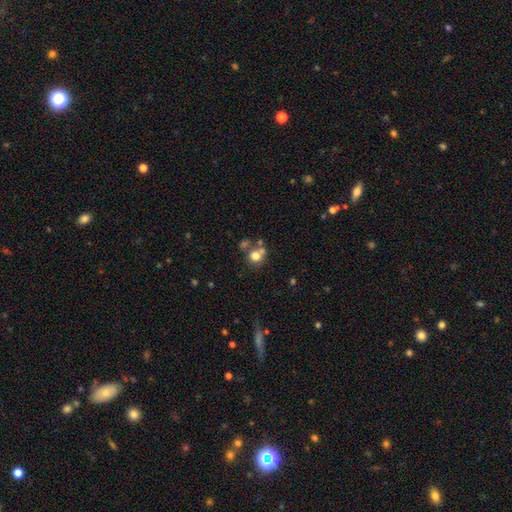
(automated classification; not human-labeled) smooth-or-featured: smooth: 74% | star or artifact: 13% | featured or disk: 13%
  how-rounded: round: 83% | in between: 16% | cigar-shaped: 1%
  merging: none: 53% | merger: 30% | minor disturbance: 10% | major disturbance: 6%